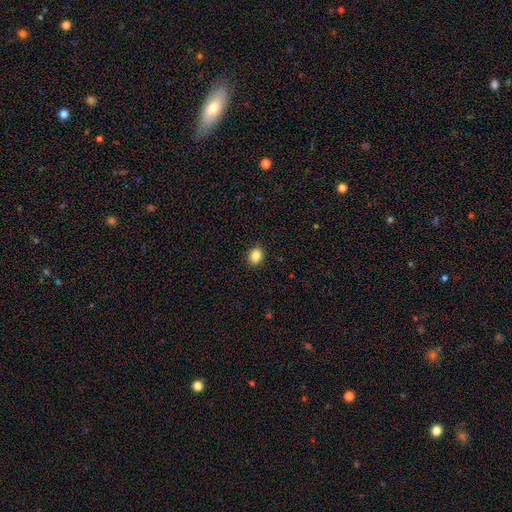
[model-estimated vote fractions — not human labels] smooth-or-featured: smooth: 85% | star or artifact: 10% | featured or disk: 5%
  how-rounded: in between: 52% | round: 47% | cigar-shaped: 1%
  merging: none: 90% | minor disturbance: 7% | major disturbance: 2% | merger: 1%